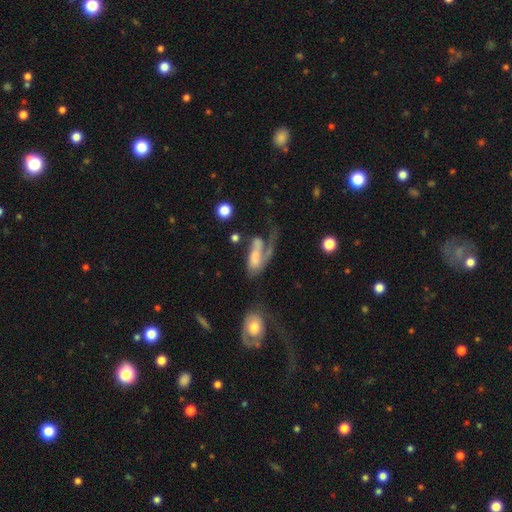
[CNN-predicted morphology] Smooth or featured: featured or disk — 51% (smooth — 40%)
Edge-on disk: no — 90% (yes — 10%)
Merging: major disturbance — 51% (none — 21%)